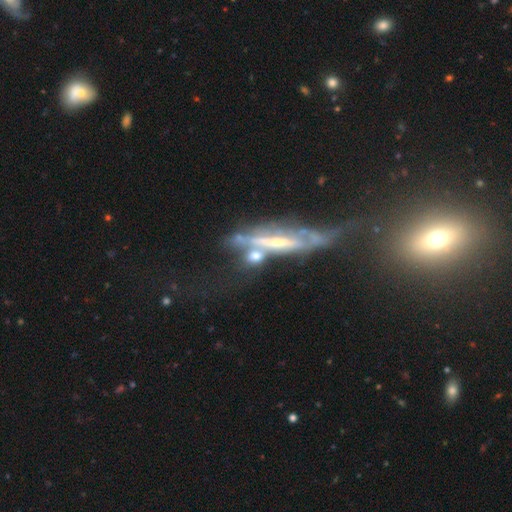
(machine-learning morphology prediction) Smooth or featured?
  - featured or disk: 53% *
  - smooth: 34%
  - star or artifact: 13%
Edge-on disk?
  - yes: 63% *
  - no: 37%
Merging?
  - none: 43% *
  - merger: 26%
  - minor disturbance: 17%
  - major disturbance: 13%